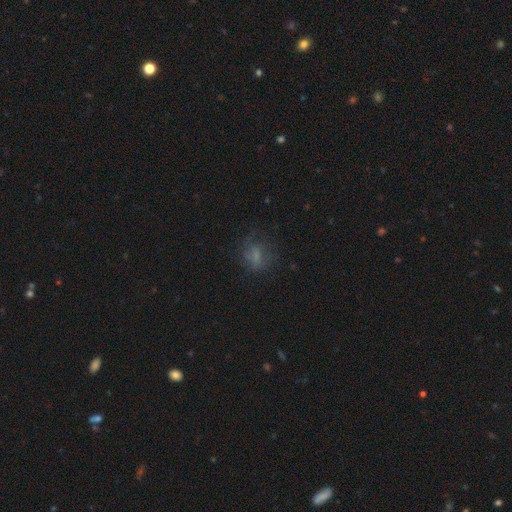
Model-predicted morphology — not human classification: Smooth or featured? Predicted: smooth (p=0.52). How rounded? Predicted: round (p=0.51). Merging? Predicted: none (p=0.54).